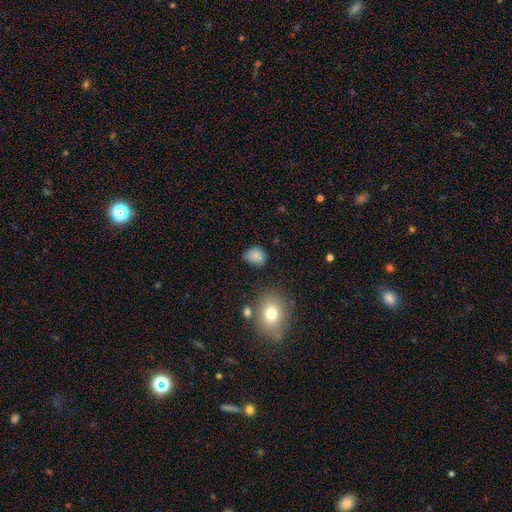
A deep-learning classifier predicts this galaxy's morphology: Smooth or featured? smooth (82%)
How rounded? round (60%)
Merging? none (59%)